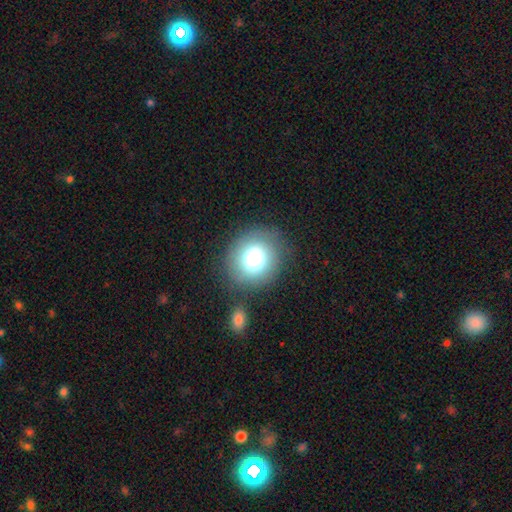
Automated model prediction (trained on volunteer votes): A smooth galaxy with no disk features (78%) that is round (83%). Merging: none (78%).